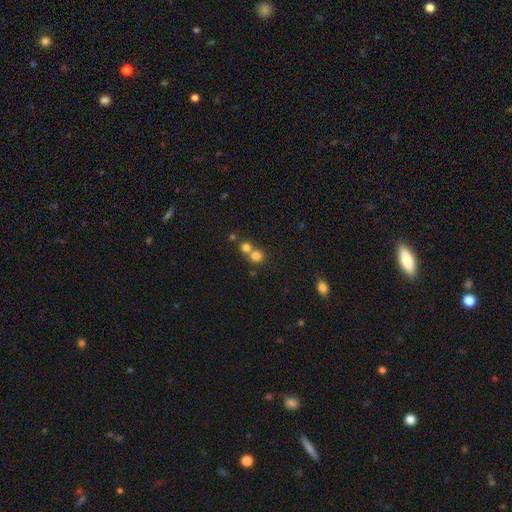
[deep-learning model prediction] smooth_or_featured: smooth (p=0.77) [alt: star or artifact p=0.14]
how_rounded: round (p=0.86) [alt: in between p=0.13]
merging: merger (p=0.50) [alt: none p=0.43]